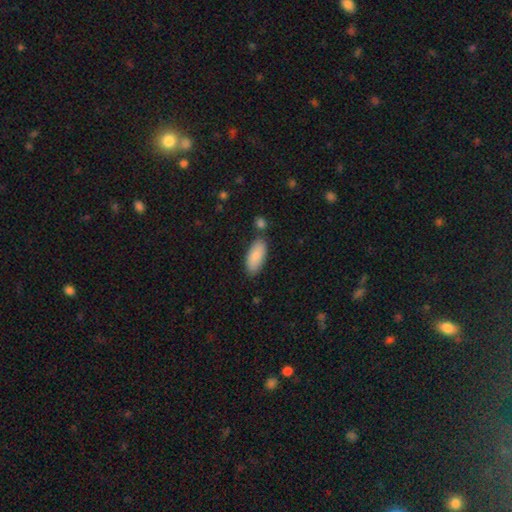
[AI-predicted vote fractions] Overall: smooth (86%). How rounded: in between (88%). Merging: none (77%).